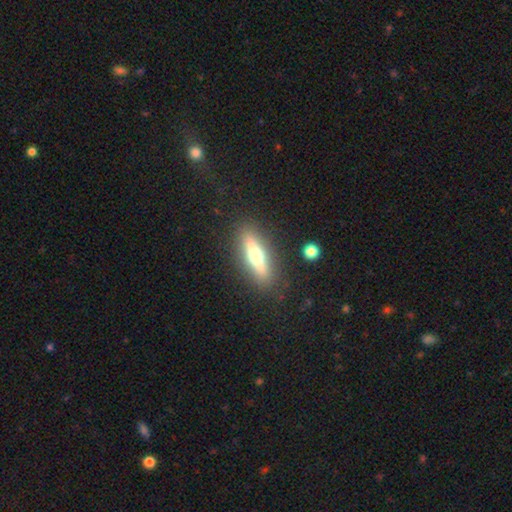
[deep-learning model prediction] This appears to be a featured or disk galaxy (52%) viewed edge-on (87%). Merging: none (87%).